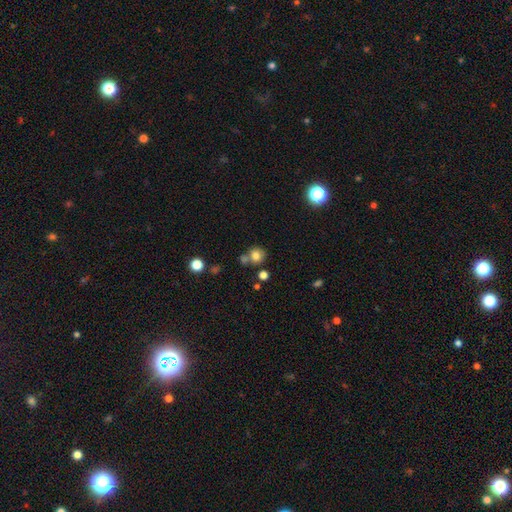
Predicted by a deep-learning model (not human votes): Smooth or featured: smooth — 78% (star or artifact — 13%)
How rounded: round — 84% (in between — 15%)
Merging: none — 60% (merger — 23%)